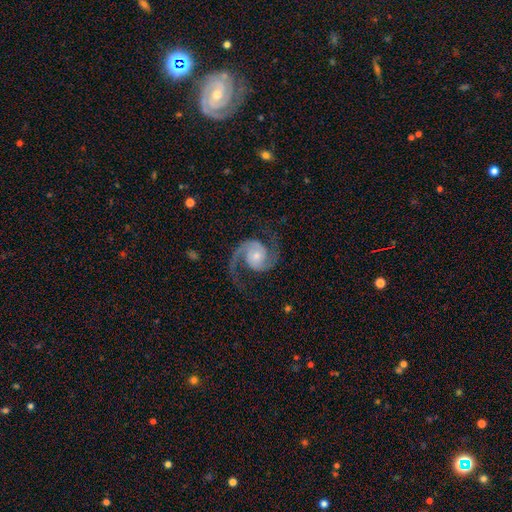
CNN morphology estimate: Smooth or featured: featured or disk — 93% (star or artifact — 4%)
Edge-on disk: no — 98% (yes — 2%)
Bar: no — 67% (weak — 26%)
Spiral arms: yes — 98% (no — 2%)
Spiral winding: medium — 56% (loose — 31%)
Spiral arm count: 2 — 94% (1 — 1%)
Bulge size: small — 48% (moderate — 41%)
Merging: none — 80% (minor disturbance — 11%)